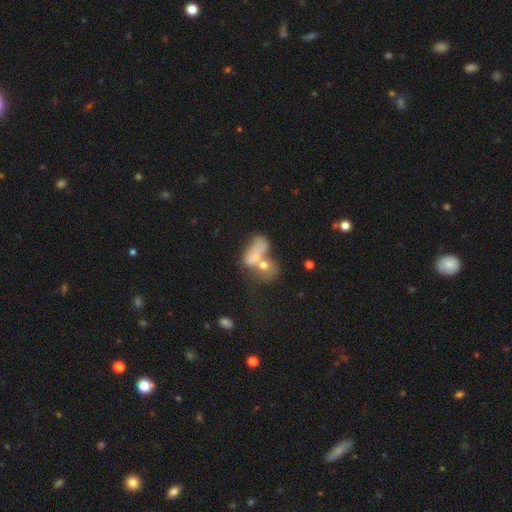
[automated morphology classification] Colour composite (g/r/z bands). It shows a smooth galaxy with no disk features (60%) that is in between round and cigar-shaped (75%). Merging: merger (64%).